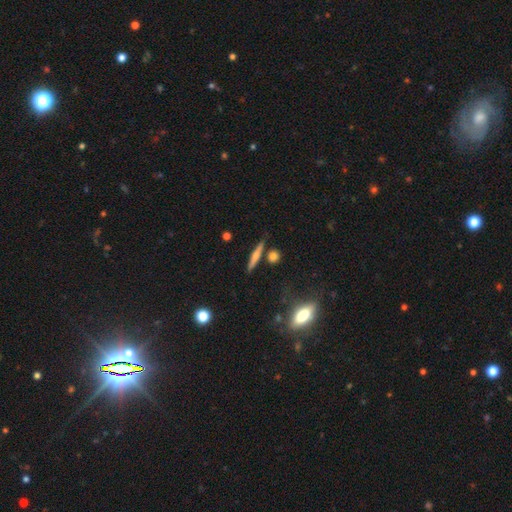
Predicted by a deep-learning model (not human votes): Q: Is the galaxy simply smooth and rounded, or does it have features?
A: featured or disk — 48%.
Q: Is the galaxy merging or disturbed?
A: none — 81%.